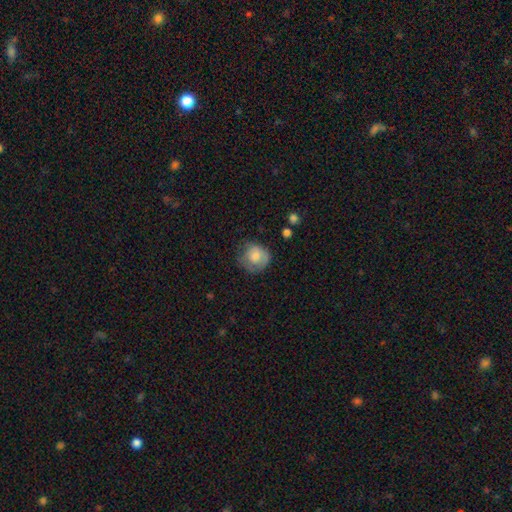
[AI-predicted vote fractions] Q: Smooth or featured?
A: smooth (75%); runner-up: featured or disk (18%)
Q: How rounded?
A: round (82%); runner-up: in between (17%)
Q: Merging?
A: none (56%); runner-up: minor disturbance (29%)